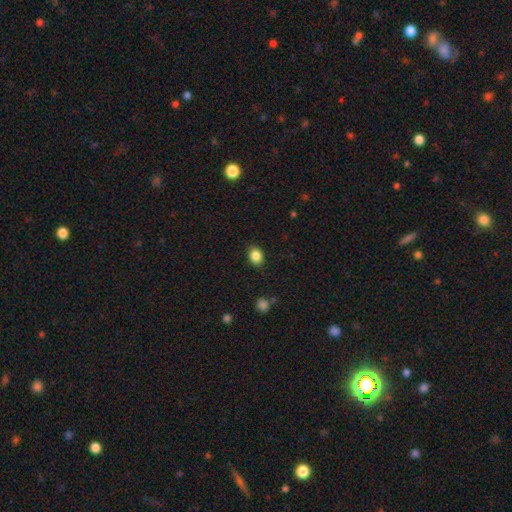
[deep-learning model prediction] Smooth or featured? Predicted: smooth (p=0.86). How rounded? Predicted: in between (p=0.59). Merging? Predicted: none (p=0.85).